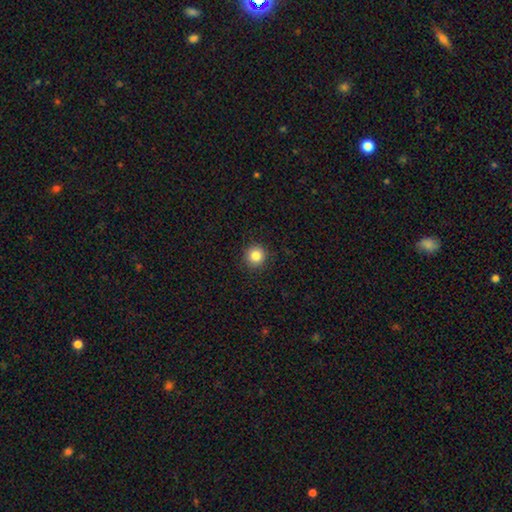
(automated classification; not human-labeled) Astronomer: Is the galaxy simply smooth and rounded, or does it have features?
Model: smooth — 85%.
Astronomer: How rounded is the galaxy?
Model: round — 94%.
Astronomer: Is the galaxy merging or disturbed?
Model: none — 91%.